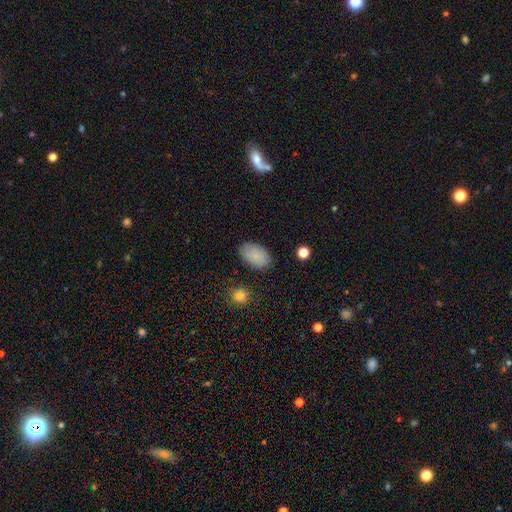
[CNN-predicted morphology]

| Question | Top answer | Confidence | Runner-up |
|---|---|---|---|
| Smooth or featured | smooth | 83% | featured or disk (10%) |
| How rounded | in between | 92% | round (7%) |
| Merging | none | 85% | minor disturbance (11%) |